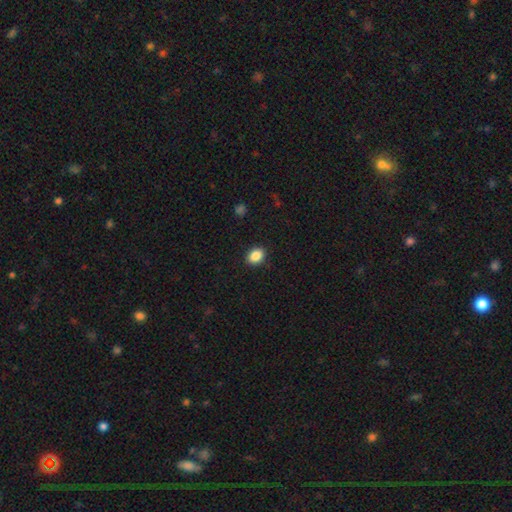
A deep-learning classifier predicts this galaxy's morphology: smooth_or_featured: smooth (p=0.88) [alt: star or artifact p=0.09]
how_rounded: in between (p=0.61) [alt: round p=0.38]
merging: none (p=0.90) [alt: minor disturbance p=0.07]